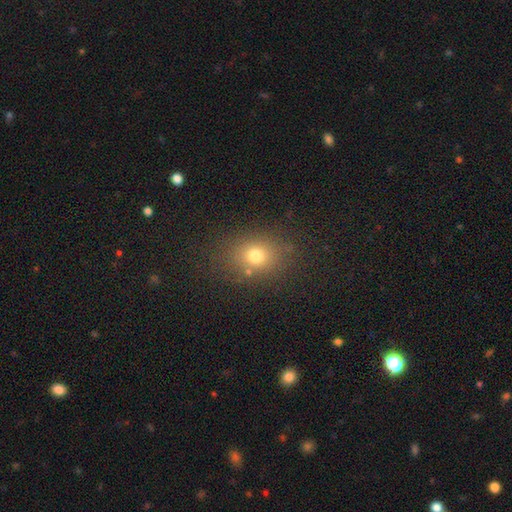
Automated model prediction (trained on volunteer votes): smooth_or_featured: smooth (p=0.73) [alt: star or artifact p=0.17]
how_rounded: round (p=0.52) [alt: in between p=0.46]
merging: none (p=0.81) [alt: minor disturbance p=0.11]